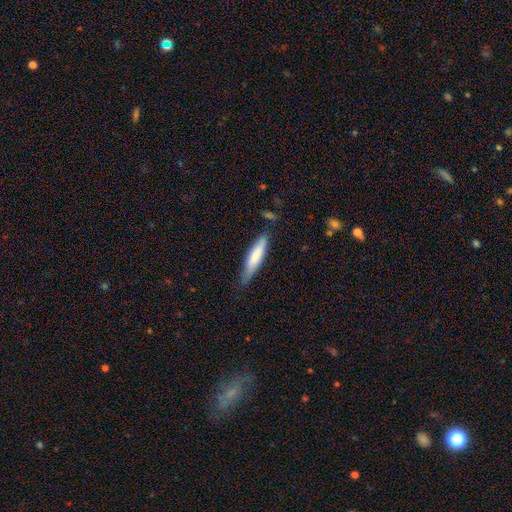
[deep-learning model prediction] Smooth or featured: smooth — 75% (featured or disk — 19%)
How rounded: cigar-shaped — 79% (in between — 20%)
Merging: none — 71% (minor disturbance — 23%)